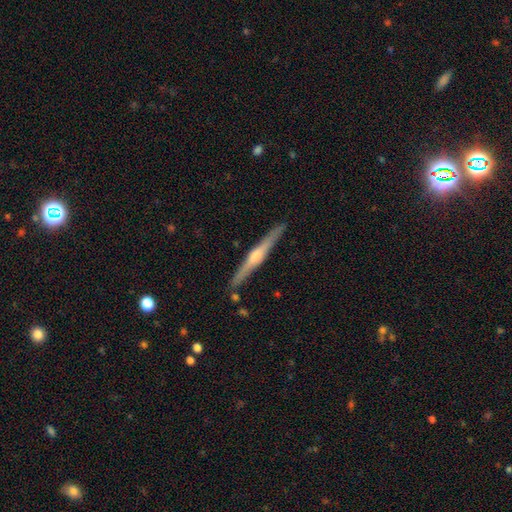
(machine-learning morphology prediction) smooth_or_featured: featured or disk (p=0.72) [alt: smooth p=0.23]
disk_edge_on: yes (p=0.98) [alt: no p=0.02]
edge_on_bulge: rounded (p=0.77) [alt: boxy p=0.12]
merging: none (p=0.89) [alt: minor disturbance p=0.08]